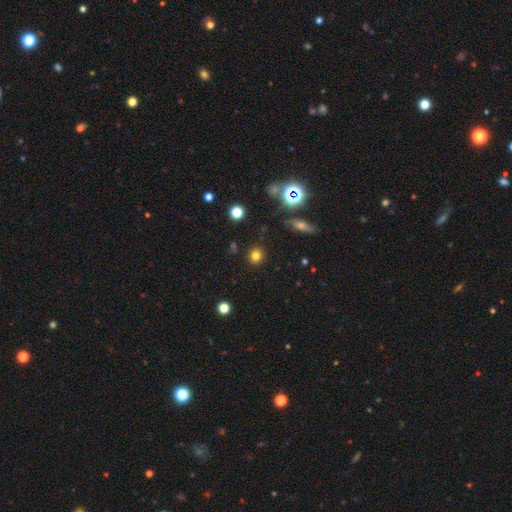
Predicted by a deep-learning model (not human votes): Q: Smooth or featured?
A: smooth (78%); runner-up: star or artifact (16%)
Q: How rounded?
A: round (90%); runner-up: in between (9%)
Q: Merging?
A: none (90%); runner-up: minor disturbance (6%)